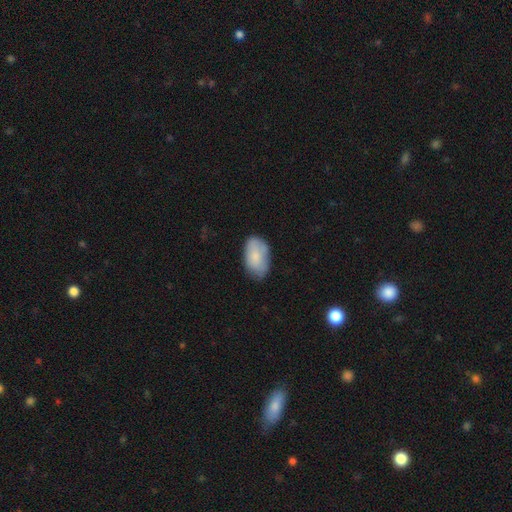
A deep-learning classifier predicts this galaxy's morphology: Smooth or featured?
  - smooth: 81% *
  - featured or disk: 13%
  - star or artifact: 7%
How rounded?
  - in between: 93% *
  - round: 5%
  - cigar-shaped: 1%
Merging?
  - none: 67% *
  - minor disturbance: 26%
  - major disturbance: 5%
  - merger: 2%